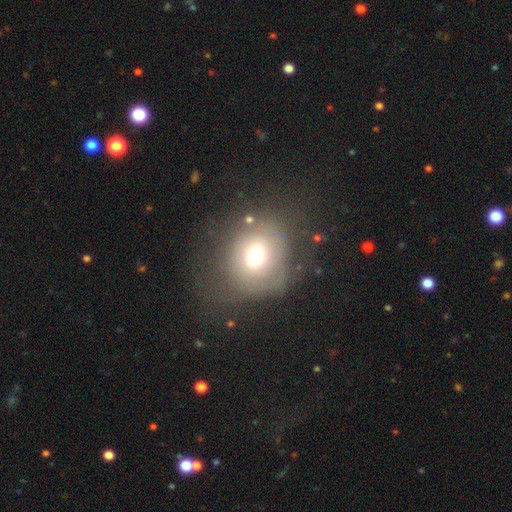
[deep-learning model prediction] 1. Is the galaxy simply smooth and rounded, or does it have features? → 66% smooth, 19% featured or disk, 15% star or artifact.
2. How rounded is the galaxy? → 74% round, 25% in between, 1% cigar-shaped.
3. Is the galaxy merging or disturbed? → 55% none, 21% major disturbance, 20% minor disturbance, 3% merger.